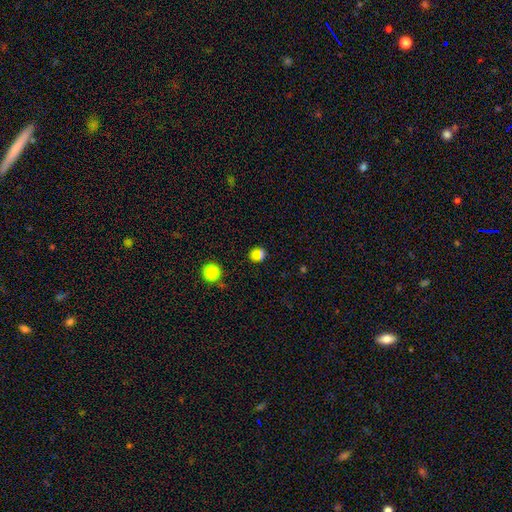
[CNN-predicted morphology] Overall: smooth (62%; star or artifact 30%). How rounded: round (87%). Merging: none (79%).